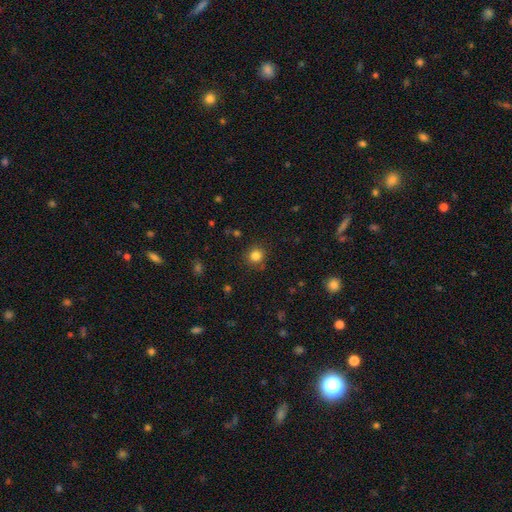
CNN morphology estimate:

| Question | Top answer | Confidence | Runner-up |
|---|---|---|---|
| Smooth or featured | smooth | 82% | star or artifact (13%) |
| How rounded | round | 90% | in between (9%) |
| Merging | none | 87% | minor disturbance (9%) |